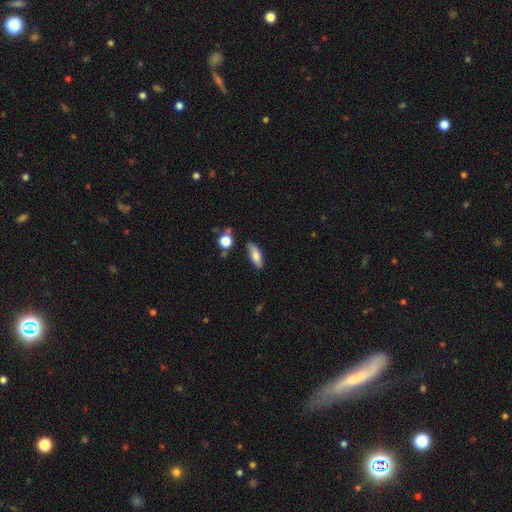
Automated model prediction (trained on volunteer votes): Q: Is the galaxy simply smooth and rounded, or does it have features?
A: smooth — 77%.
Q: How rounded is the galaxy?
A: in between — 70%.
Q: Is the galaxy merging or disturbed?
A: none — 72%.